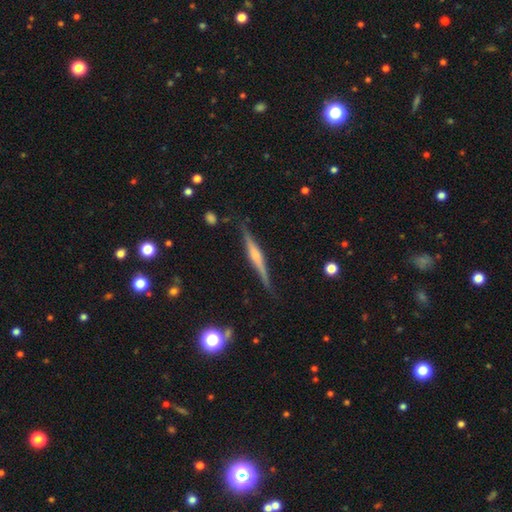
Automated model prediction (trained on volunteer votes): Smooth or featured: featured or disk — 73% (smooth — 20%)
Edge-on disk: yes — 98% (no — 2%)
Edge-on bulge: rounded — 66% (boxy — 19%)
Merging: none — 87% (minor disturbance — 10%)